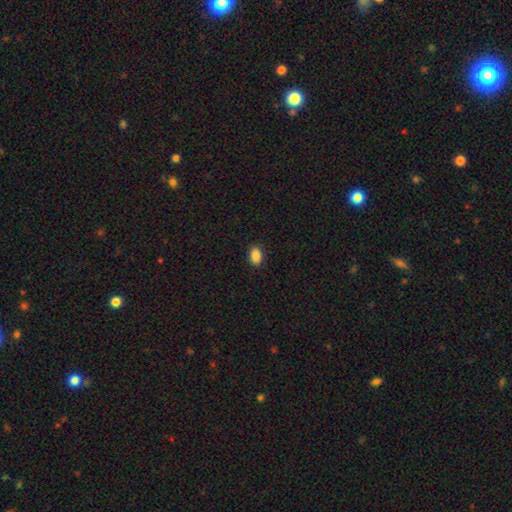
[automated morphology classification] A smooth galaxy with no disk features (88%) that is in between round and cigar-shaped (85%). Merging: none (88%).